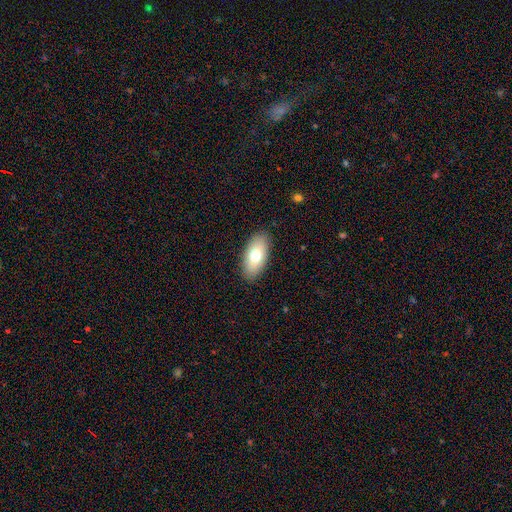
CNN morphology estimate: A smooth galaxy with no disk features (72%) that is in between round and cigar-shaped (92%).

Vote fractions:
- Smooth or featured? smooth: 72% / featured or disk: 21% / star or artifact: 7%
- How rounded? in between: 92% / cigar-shaped: 5% / round: 3%
- Merging? none: 88% / minor disturbance: 9% / major disturbance: 2% / merger: 1%